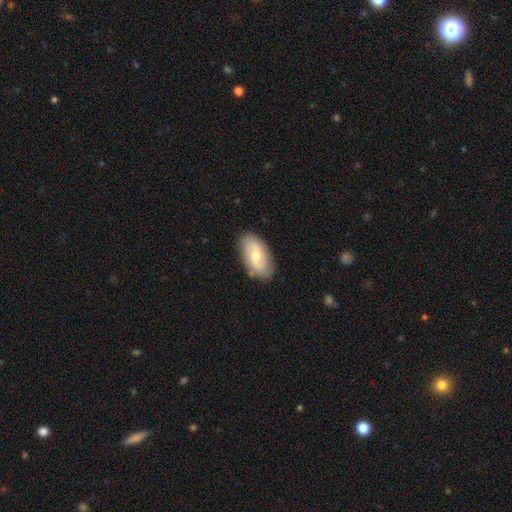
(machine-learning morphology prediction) This appears to be a smooth galaxy with no disk features (59%) that is in between round and cigar-shaped (93%). Merging: none (84%).